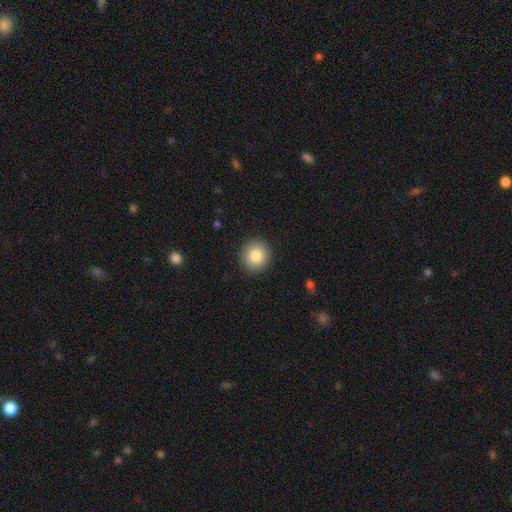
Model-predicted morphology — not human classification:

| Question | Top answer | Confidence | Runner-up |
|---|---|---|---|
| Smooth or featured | smooth | 85% | star or artifact (8%) |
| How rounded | round | 89% | in between (10%) |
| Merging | none | 91% | minor disturbance (6%) |